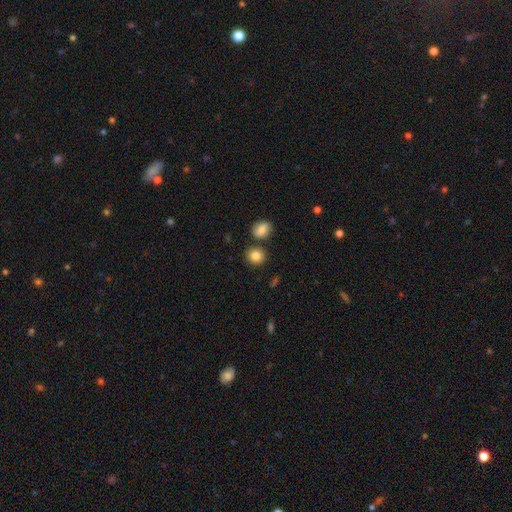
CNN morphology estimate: Smooth or featured? smooth (85%)
How rounded? round (76%)
Merging? none (79%)